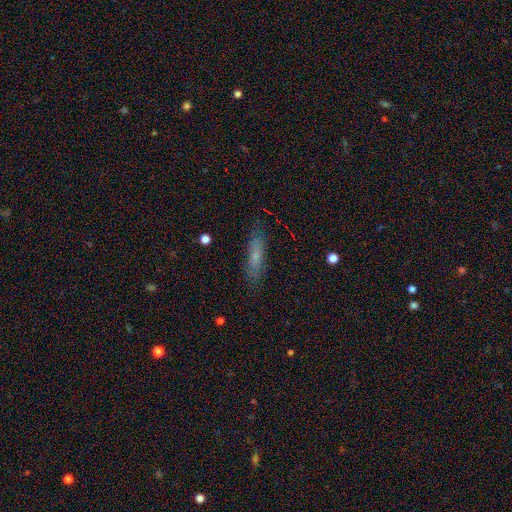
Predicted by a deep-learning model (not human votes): Smooth or featured: smooth — 62% (featured or disk — 29%)
How rounded: cigar-shaped — 71% (in between — 27%)
Merging: none — 81% (minor disturbance — 14%)